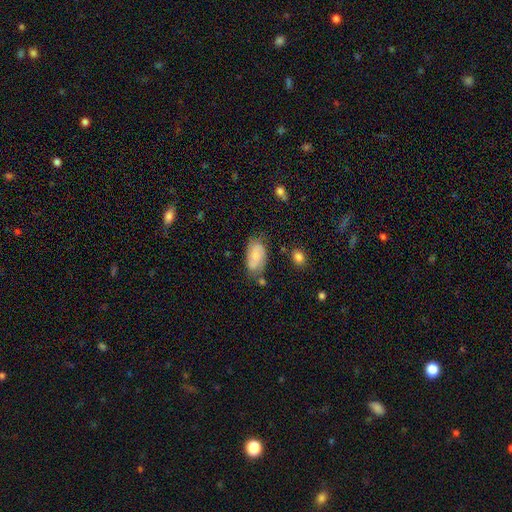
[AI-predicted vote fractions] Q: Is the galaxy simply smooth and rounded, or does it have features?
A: smooth — 56%.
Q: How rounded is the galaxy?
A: in between — 92%.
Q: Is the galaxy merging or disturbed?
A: none — 61%.